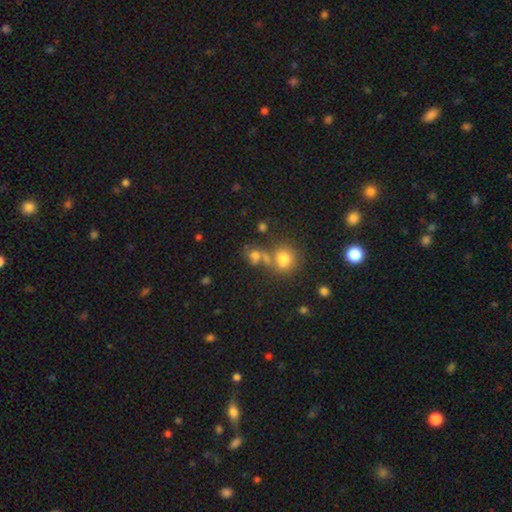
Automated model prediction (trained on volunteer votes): This appears to be a smooth galaxy with no disk features (66%) that is round (54%). Merging: none (42%).